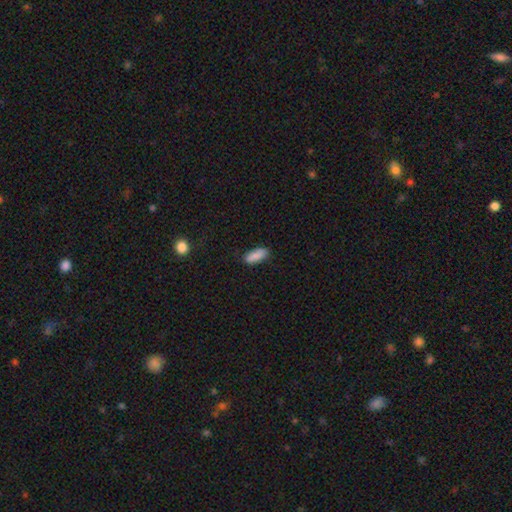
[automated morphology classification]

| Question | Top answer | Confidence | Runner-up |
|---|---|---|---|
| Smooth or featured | smooth | 87% | star or artifact (7%) |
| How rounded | in between | 76% | cigar-shaped (22%) |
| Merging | none | 82% | minor disturbance (14%) |